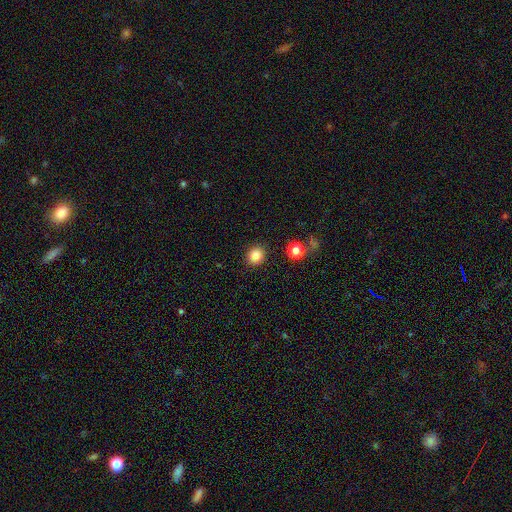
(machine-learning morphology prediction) Smooth or featured: smooth — 84% (star or artifact — 11%)
How rounded: round — 75% (in between — 24%)
Merging: none — 88% (minor disturbance — 7%)